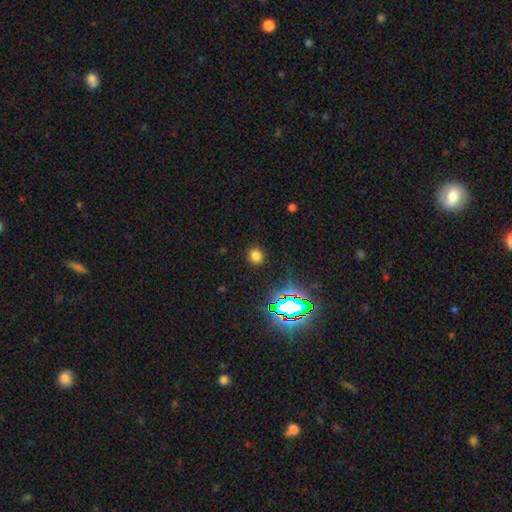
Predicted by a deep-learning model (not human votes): This is likely a smooth galaxy (73%). How rounded: clearly round (85%). Merging: clearly none (89%).